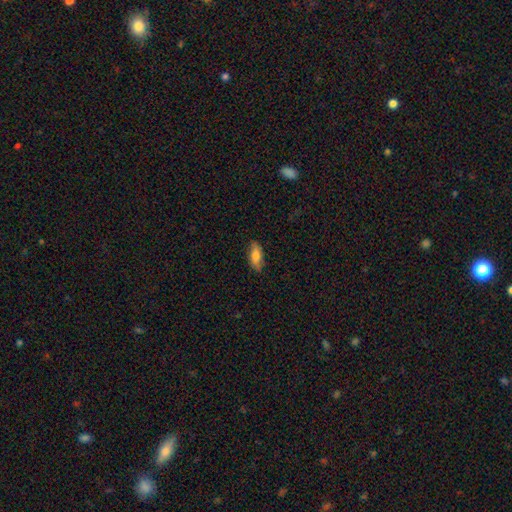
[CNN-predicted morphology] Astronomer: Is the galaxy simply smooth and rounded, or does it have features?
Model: smooth — 77%.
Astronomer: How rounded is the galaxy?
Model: in between — 81%.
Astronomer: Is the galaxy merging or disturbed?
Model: none — 81%.